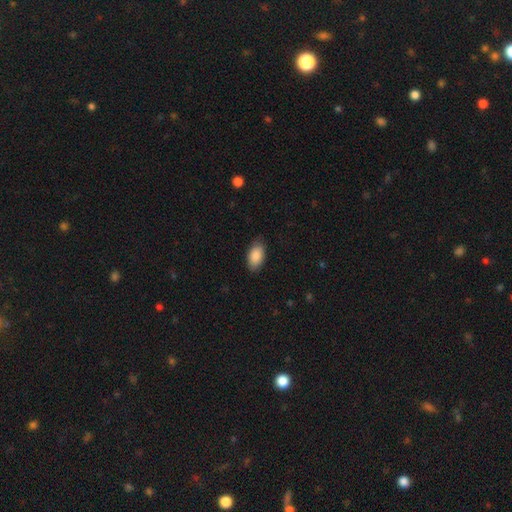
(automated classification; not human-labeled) Smooth or featured?
  - smooth: 88% *
  - star or artifact: 6%
  - featured or disk: 5%
How rounded?
  - in between: 94% *
  - round: 4%
  - cigar-shaped: 2%
Merging?
  - none: 83% *
  - minor disturbance: 13%
  - major disturbance: 3%
  - merger: 1%